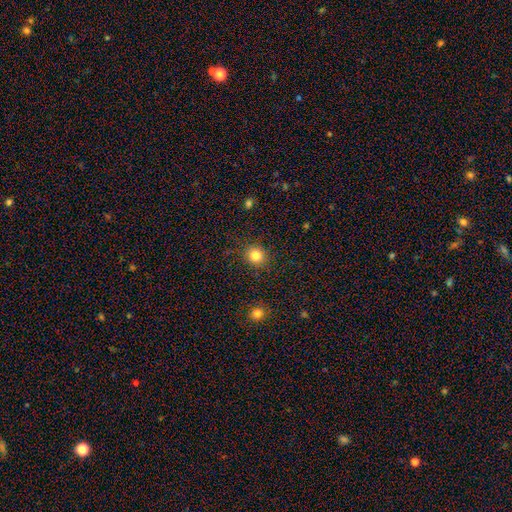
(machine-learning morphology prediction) smooth 82%, star or artifact 12%, featured or disk 5%. Down the decision tree: how rounded — round (89%); merging — none (89%).